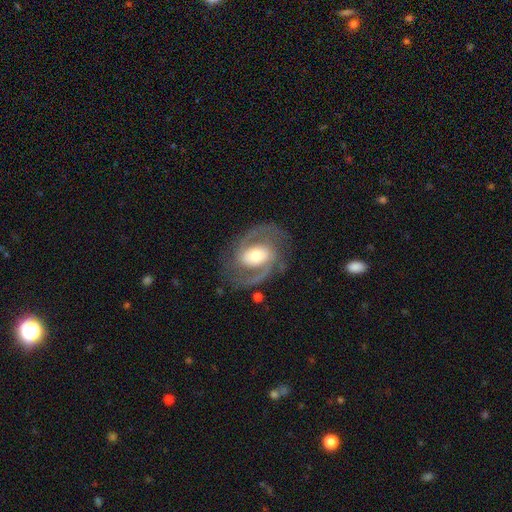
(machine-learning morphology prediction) Q: Smooth or featured?
A: featured or disk (91%); runner-up: smooth (5%)
Q: Edge-on disk?
A: no (98%); runner-up: yes (2%)
Q: Bar?
A: weak (39%); runner-up: no (37%)
Q: Spiral arms?
A: yes (97%); runner-up: no (3%)
Q: Spiral winding?
A: medium (60%); runner-up: tight (26%)
Q: Spiral arm count?
A: 2 (93%); runner-up: can't tell (2%)
Q: Bulge size?
A: moderate (64%); runner-up: large (18%)
Q: Merging?
A: none (80%); runner-up: minor disturbance (12%)